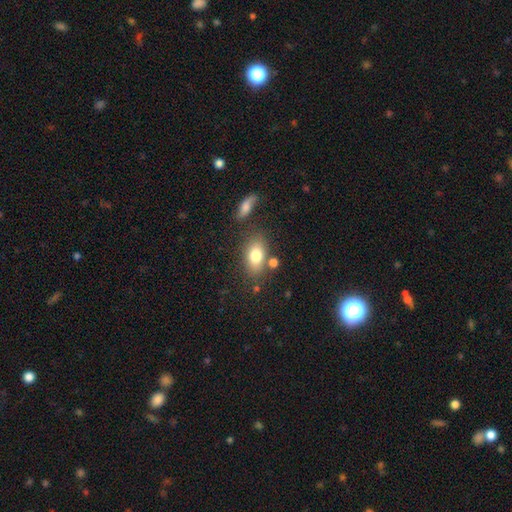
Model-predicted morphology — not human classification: Smooth or featured?
  - smooth: 78% *
  - featured or disk: 13%
  - star or artifact: 8%
How rounded?
  - in between: 85% *
  - round: 11%
  - cigar-shaped: 5%
Merging?
  - none: 72% *
  - minor disturbance: 13%
  - merger: 10%
  - major disturbance: 4%